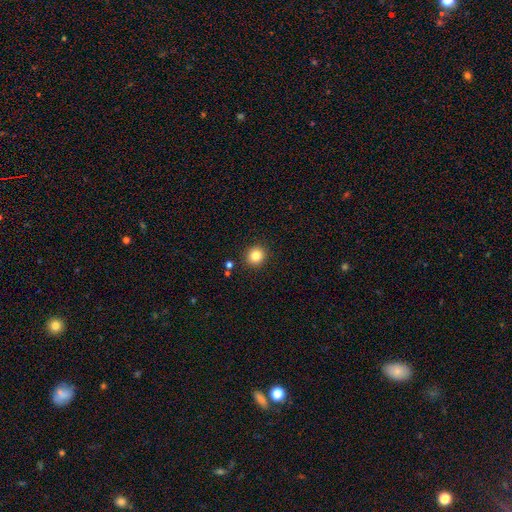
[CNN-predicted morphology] smooth 83%, star or artifact 11%, featured or disk 6%. Down the decision tree: how rounded — round (86%); merging — none (90%).